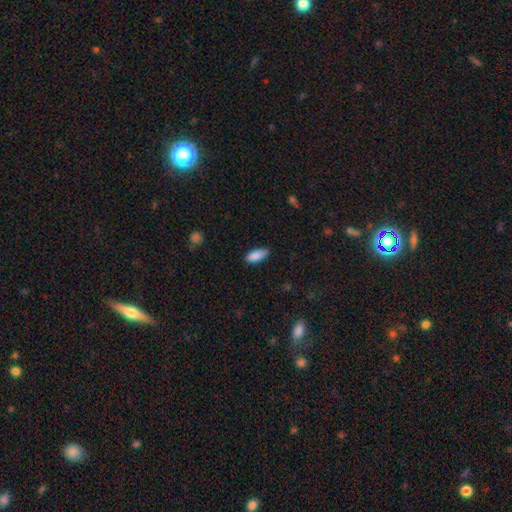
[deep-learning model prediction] smooth 89%, star or artifact 7%, featured or disk 4%. Down the decision tree: how rounded — in between (84%); merging — none (84%).